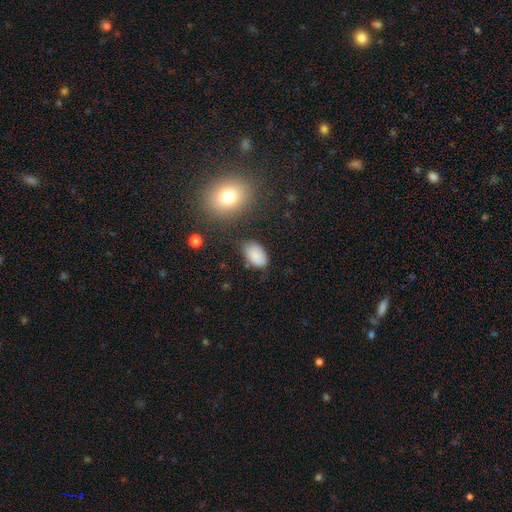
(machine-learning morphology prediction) This is clearly a smooth galaxy (85%). How rounded: clearly in between (92%). Merging: likely none (71%).